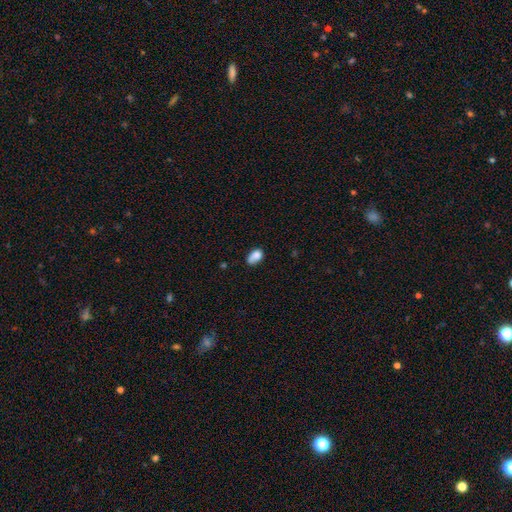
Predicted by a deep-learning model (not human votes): The model was most divided on "merging": none: 50%, minor disturbance: 33%, major disturbance: 11%, merger: 7%. More confident: how rounded — in between (88%); smooth or featured — smooth (82%).